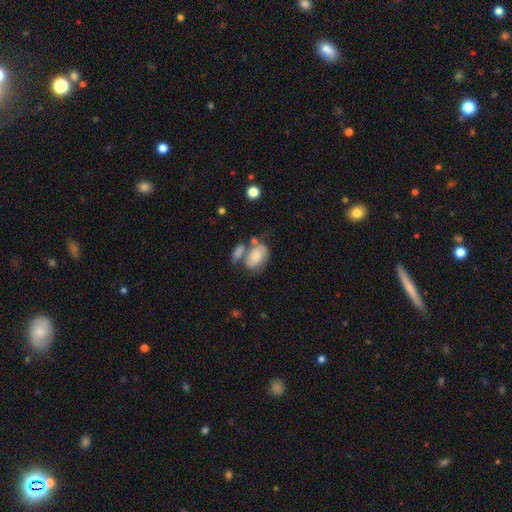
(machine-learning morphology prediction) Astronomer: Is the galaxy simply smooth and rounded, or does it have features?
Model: smooth — 47% (runner-up: featured or disk, 46%).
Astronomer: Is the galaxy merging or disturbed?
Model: none — 35% (runner-up: merger, 29%).